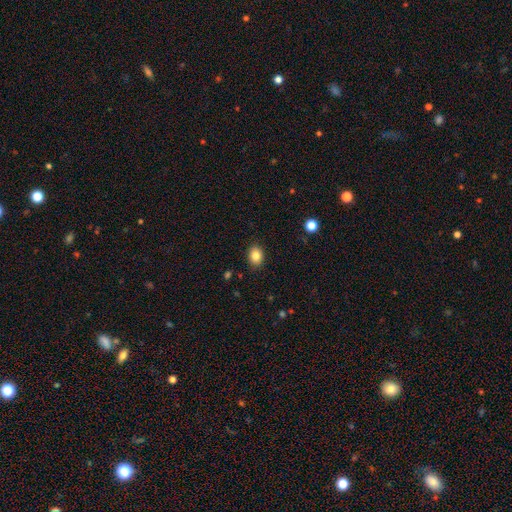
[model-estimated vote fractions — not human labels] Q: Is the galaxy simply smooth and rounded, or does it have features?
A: smooth — 84%.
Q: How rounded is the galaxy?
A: in between — 62%.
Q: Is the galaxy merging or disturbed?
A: none — 89%.